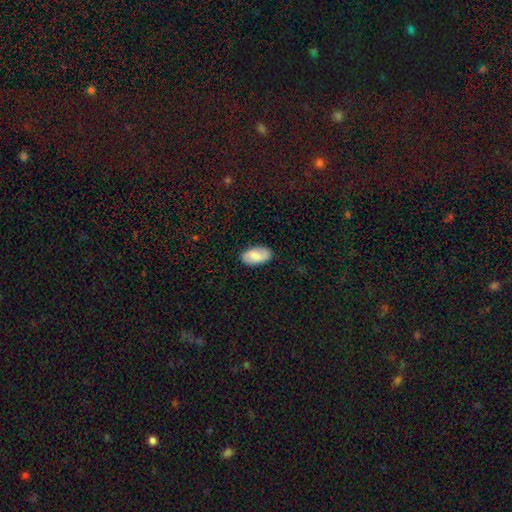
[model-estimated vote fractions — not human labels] smooth_or_featured: smooth (p=0.78) [alt: featured or disk p=0.15]
how_rounded: in between (p=0.95) [alt: round p=0.03]
merging: none (p=0.85) [alt: minor disturbance p=0.12]